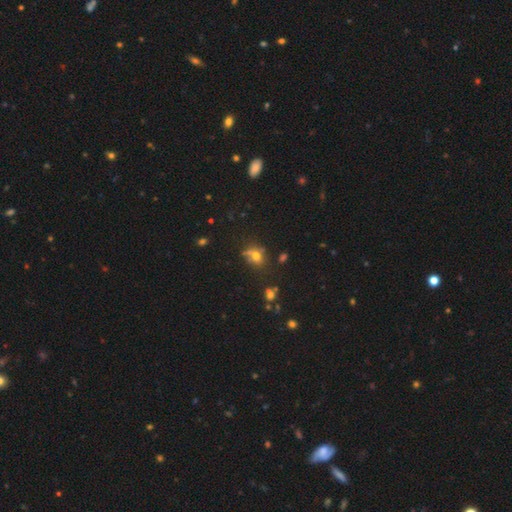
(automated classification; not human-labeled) Q: Smooth or featured?
A: smooth (60%); runner-up: star or artifact (23%)
Q: How rounded?
A: round (49%); runner-up: in between (48%)
Q: Merging?
A: none (50%); runner-up: minor disturbance (20%)